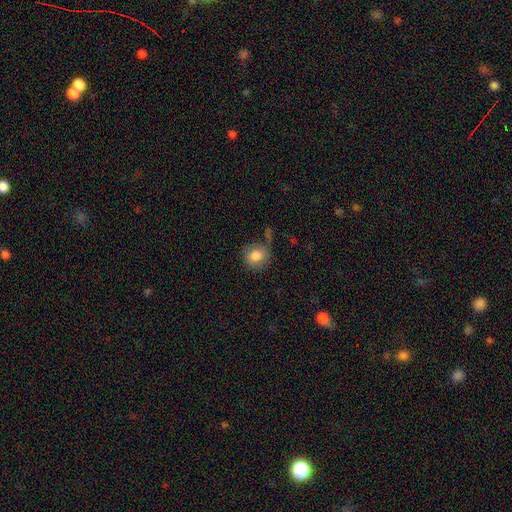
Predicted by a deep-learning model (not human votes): Smooth or featured: smooth — 83% (featured or disk — 9%)
How rounded: round — 77% (in between — 22%)
Merging: none — 63% (minor disturbance — 21%)